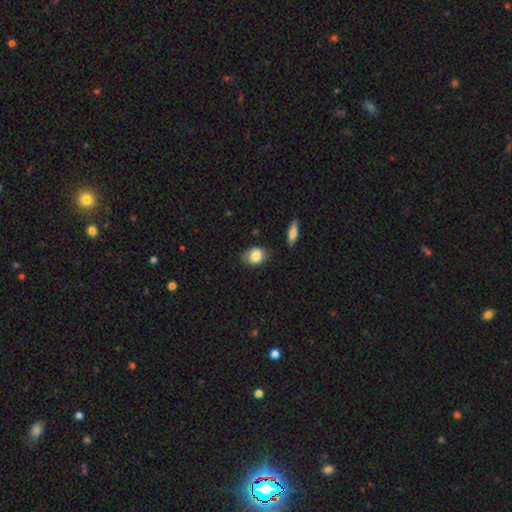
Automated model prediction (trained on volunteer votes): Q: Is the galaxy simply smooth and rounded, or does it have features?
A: smooth — 81%.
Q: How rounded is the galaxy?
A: in between — 64%.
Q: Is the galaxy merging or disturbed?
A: none — 67%.